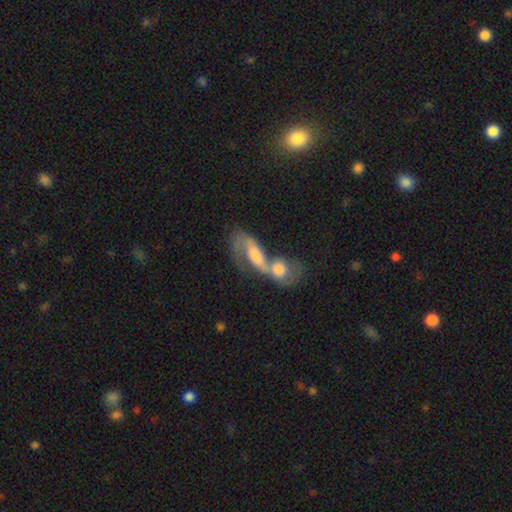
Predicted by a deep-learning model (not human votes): This appears to be a featured or disk galaxy (61%) with no bar (43%), spiral arms (77%) and a moderate central bulge (46%). Merging: merger (68%).